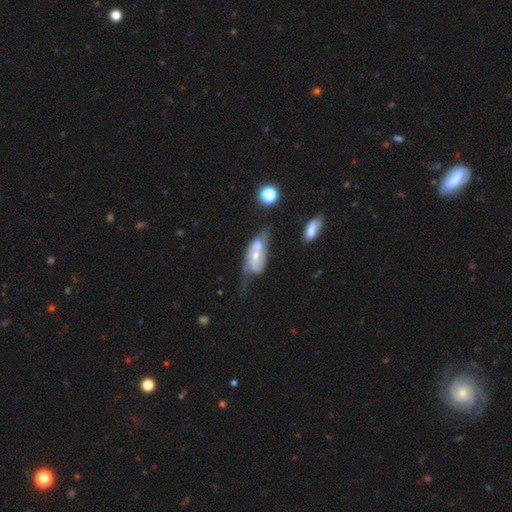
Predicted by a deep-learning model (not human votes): Smooth or featured: featured or disk — 70% (smooth — 23%)
Edge-on disk: no — 92% (yes — 8%)
Bar: no — 47% (weak — 36%)
Spiral arms: yes — 78% (no — 22%)
Spiral winding: loose — 42% (medium — 37%)
Spiral arm count: 2 — 67% (can't tell — 16%)
Bulge size: moderate — 55% (small — 35%)
Merging: merger — 34% (none — 25%)